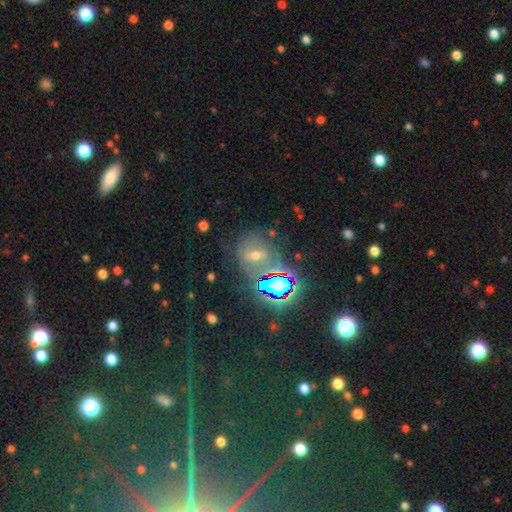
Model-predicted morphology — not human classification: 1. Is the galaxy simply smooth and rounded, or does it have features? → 38% star or artifact, 34% featured or disk, 28% smooth.